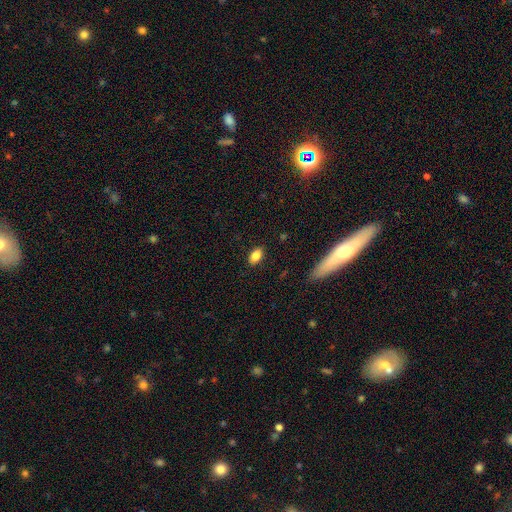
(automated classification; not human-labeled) Smooth or featured? smooth (84%)
How rounded? in between (89%)
Merging? none (87%)